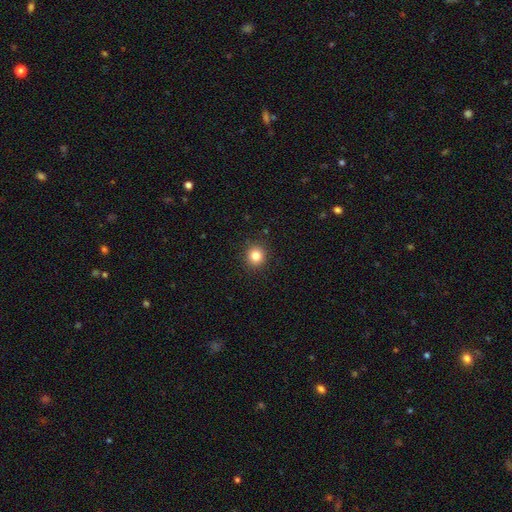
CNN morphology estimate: smooth-or-featured: smooth: 83% | star or artifact: 12% | featured or disk: 5%
  how-rounded: round: 91% | in between: 8% | cigar-shaped: 1%
  merging: none: 91% | minor disturbance: 6% | major disturbance: 2% | merger: 1%